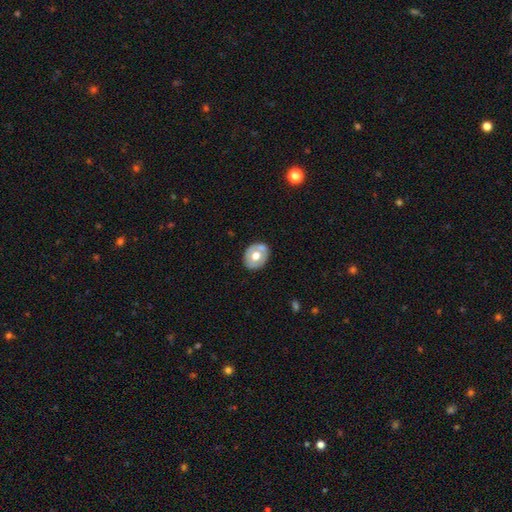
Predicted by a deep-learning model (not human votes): A smooth galaxy with no disk features (52%) that is round (50%). Merging: none (71%).